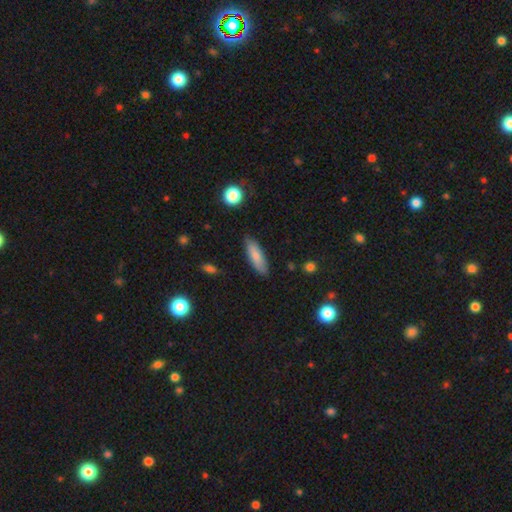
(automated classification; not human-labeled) A smooth galaxy with no disk features (79%) that is in between round and cigar-shaped (54%).

Vote fractions:
- Smooth or featured? smooth: 79% / featured or disk: 15% / star or artifact: 6%
- How rounded? in between: 54% / cigar-shaped: 44% / round: 2%
- Merging? none: 83% / minor disturbance: 13% / major disturbance: 2% / merger: 2%